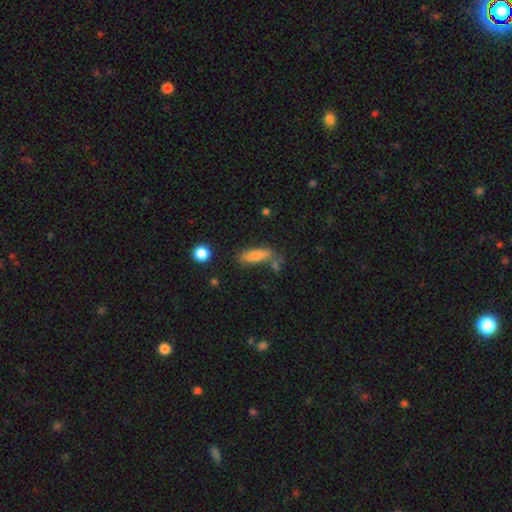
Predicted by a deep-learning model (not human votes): Smooth or featured? smooth (76%)
How rounded? cigar-shaped (59%)
Merging? none (69%)